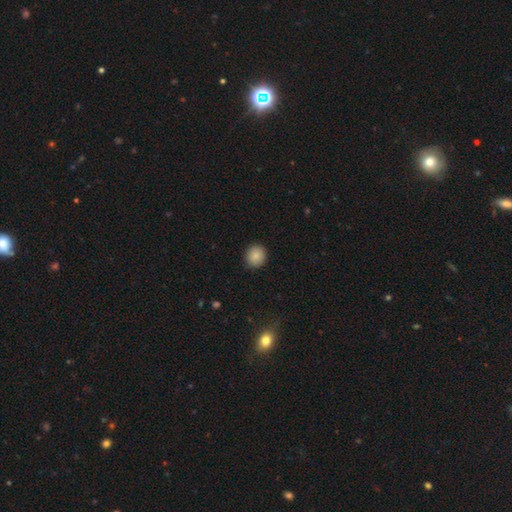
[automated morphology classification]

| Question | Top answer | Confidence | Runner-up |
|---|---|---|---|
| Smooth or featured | smooth | 87% | star or artifact (9%) |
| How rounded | round | 85% | in between (14%) |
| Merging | none | 90% | minor disturbance (7%) |